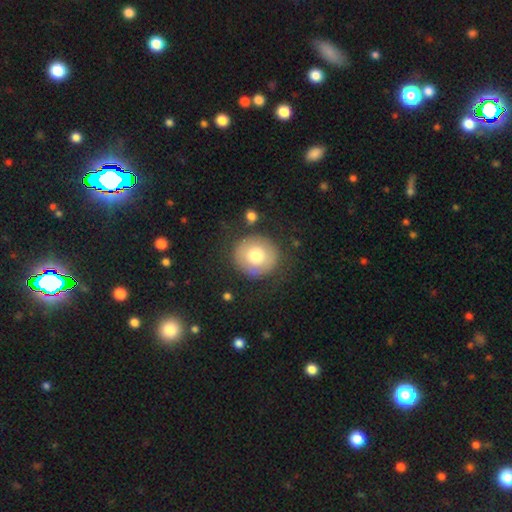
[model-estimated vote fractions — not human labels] The model was most divided on "smooth or featured": smooth: 72%, featured or disk: 20%, star or artifact: 8%. More confident: how rounded — round (92%); merging — none (81%).